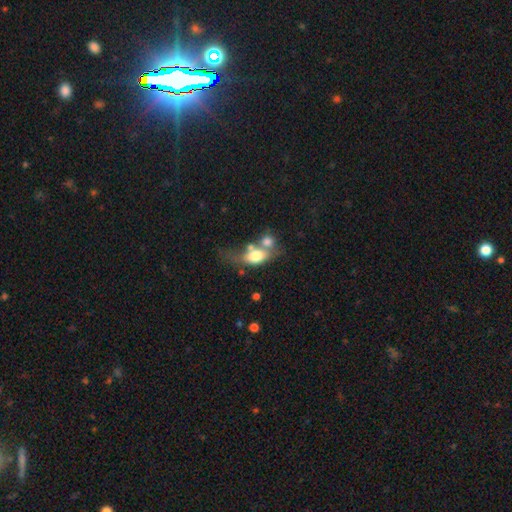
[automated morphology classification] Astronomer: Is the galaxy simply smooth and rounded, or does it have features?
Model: smooth — 68%.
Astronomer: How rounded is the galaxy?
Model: in between — 75%.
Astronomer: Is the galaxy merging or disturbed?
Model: merger — 52%.